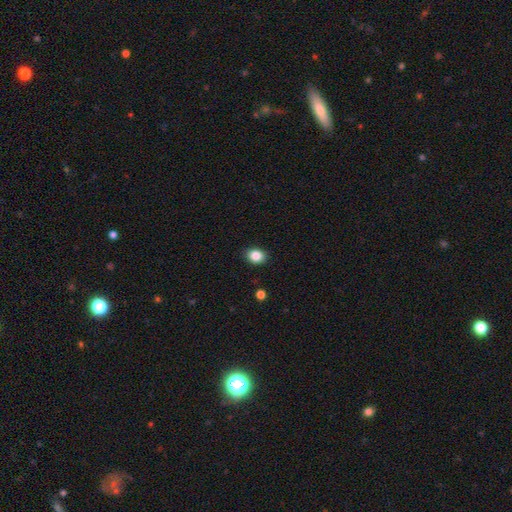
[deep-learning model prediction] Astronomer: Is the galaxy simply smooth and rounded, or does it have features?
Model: smooth — 86%.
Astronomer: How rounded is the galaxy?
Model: round — 53% (runner-up: in between, 46%).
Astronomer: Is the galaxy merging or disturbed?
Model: none — 89%.